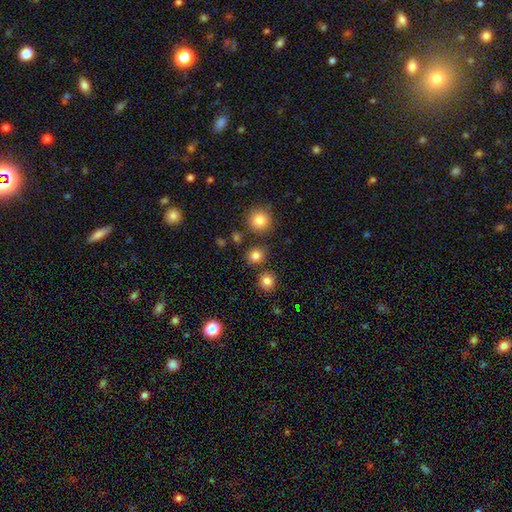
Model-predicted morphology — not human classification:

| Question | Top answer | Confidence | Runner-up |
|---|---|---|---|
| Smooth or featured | smooth | 81% | star or artifact (14%) |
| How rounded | round | 85% | in between (14%) |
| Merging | none | 83% | minor disturbance (7%) |